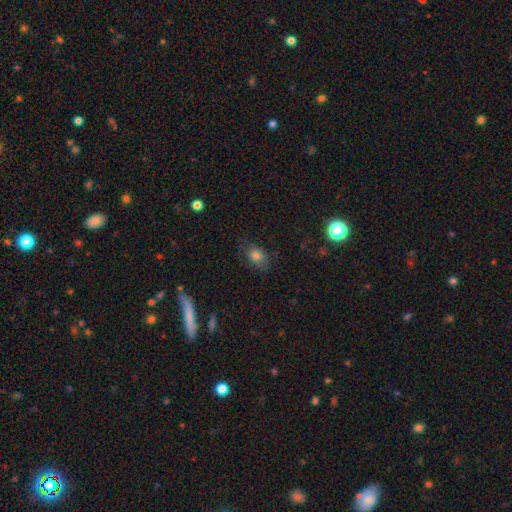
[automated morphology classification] Overall: smooth (77%). How rounded: in between (74%). Merging: none (68%).